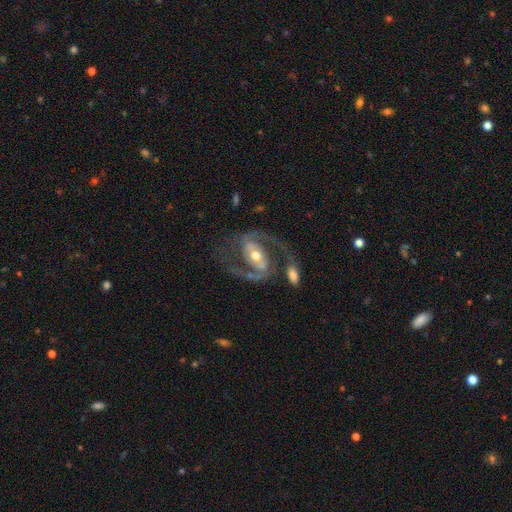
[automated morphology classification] Smooth or featured: featured or disk — 91% (smooth — 5%)
Edge-on disk: no — 97% (yes — 3%)
Bar: weak — 38% (strong — 37%)
Spiral arms: yes — 96% (no — 4%)
Spiral winding: medium — 62% (loose — 22%)
Spiral arm count: 2 — 94% (can't tell — 2%)
Bulge size: moderate — 72% (small — 15%)
Merging: none — 68% (minor disturbance — 14%)